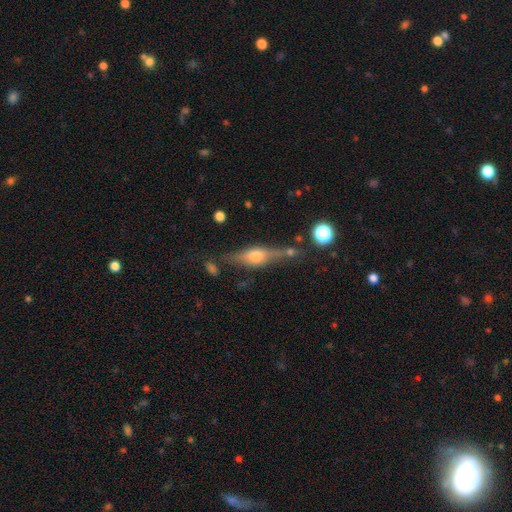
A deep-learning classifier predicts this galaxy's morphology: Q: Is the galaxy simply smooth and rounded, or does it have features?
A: featured or disk — 66%.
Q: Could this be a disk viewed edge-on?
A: yes — 93%.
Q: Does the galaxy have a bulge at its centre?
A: rounded — 88%.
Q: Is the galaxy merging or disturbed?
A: none — 69%.